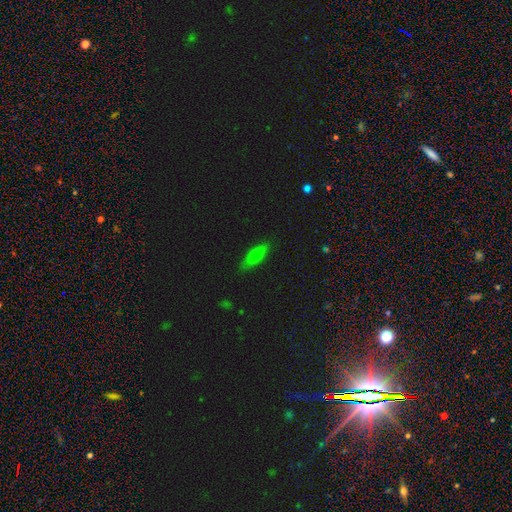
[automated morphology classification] Smooth or featured? smooth (65%)
How rounded? in between (51%)
Merging? none (85%)